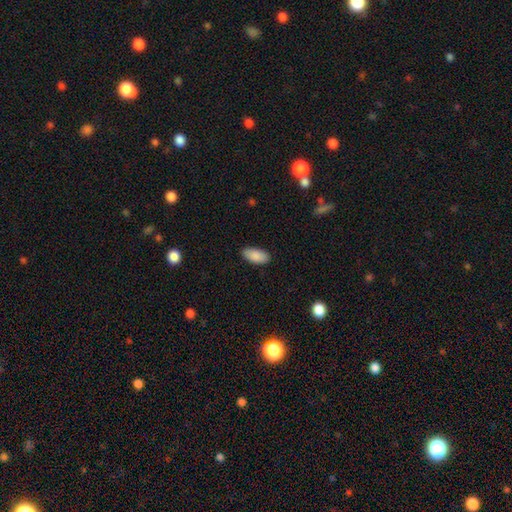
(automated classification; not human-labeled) smooth_or_featured: smooth (p=0.89) [alt: star or artifact p=0.06]
how_rounded: in between (p=0.92) [alt: cigar-shaped p=0.06]
merging: none (p=0.86) [alt: minor disturbance p=0.11]